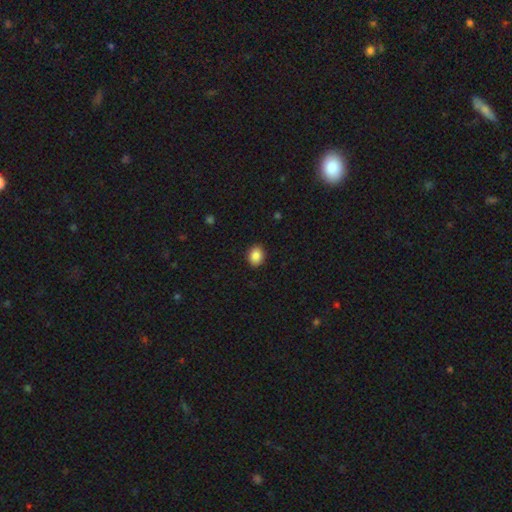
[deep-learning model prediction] Smooth or featured? smooth (87%)
How rounded? in between (54%)
Merging? none (90%)